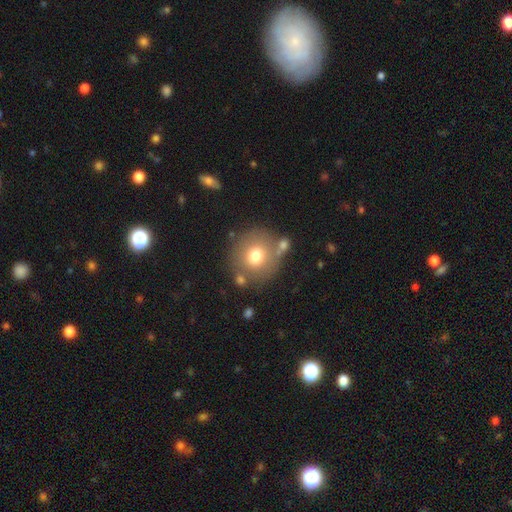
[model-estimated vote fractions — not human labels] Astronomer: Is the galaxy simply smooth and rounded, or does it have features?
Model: smooth — 72%.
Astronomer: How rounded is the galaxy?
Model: round — 89%.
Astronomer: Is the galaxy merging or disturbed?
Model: none — 73%.